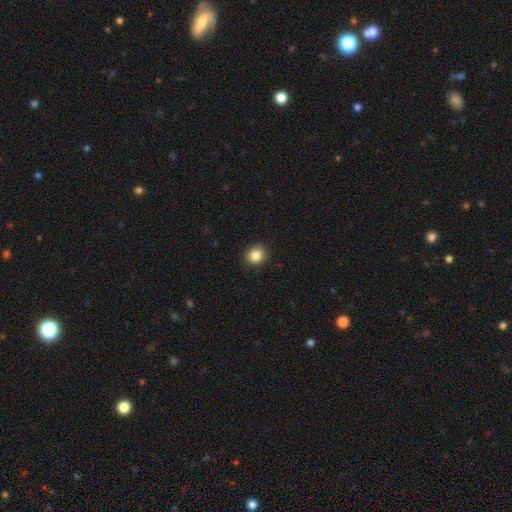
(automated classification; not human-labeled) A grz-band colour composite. It shows a smooth galaxy with no disk features (85%) that is round (75%). Merging: none (89%).